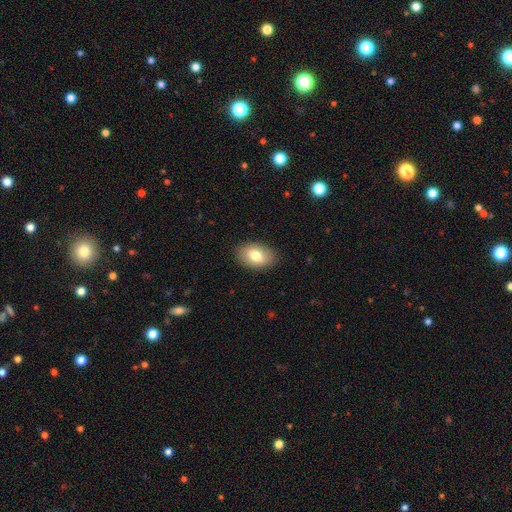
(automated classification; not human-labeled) smooth_or_featured: smooth (p=0.78) [alt: featured or disk p=0.15]
how_rounded: in between (p=0.89) [alt: round p=0.09]
merging: none (p=0.87) [alt: minor disturbance p=0.10]